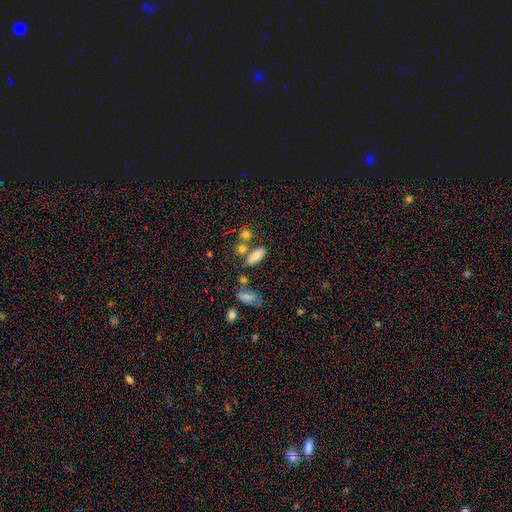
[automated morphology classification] A smooth galaxy with no disk features (76%) that is in between round and cigar-shaped (76%). Merging: none (63%).